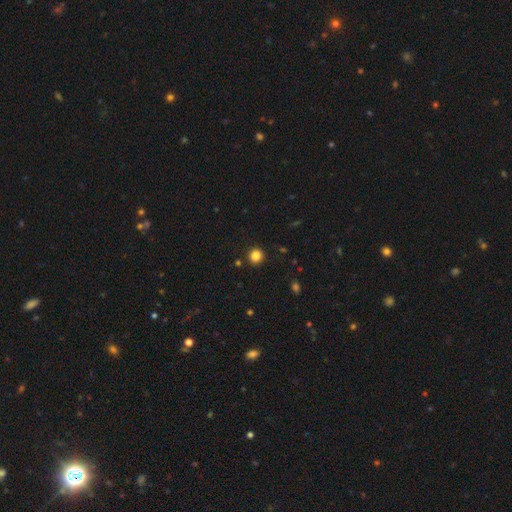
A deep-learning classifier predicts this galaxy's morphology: A smooth galaxy with no disk features (84%) that is round (92%).

Vote fractions:
- Smooth or featured? smooth: 84% / star or artifact: 12% / featured or disk: 4%
- How rounded? round: 92% / in between: 7% / cigar-shaped: 1%
- Merging? none: 91% / minor disturbance: 6% / major disturbance: 2% / merger: 2%